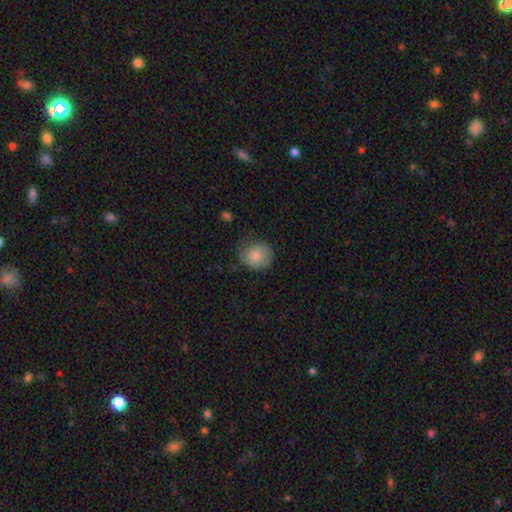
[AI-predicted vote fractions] Q: Smooth or featured?
A: smooth (80%); runner-up: featured or disk (14%)
Q: How rounded?
A: round (76%); runner-up: in between (23%)
Q: Merging?
A: none (62%); runner-up: minor disturbance (28%)